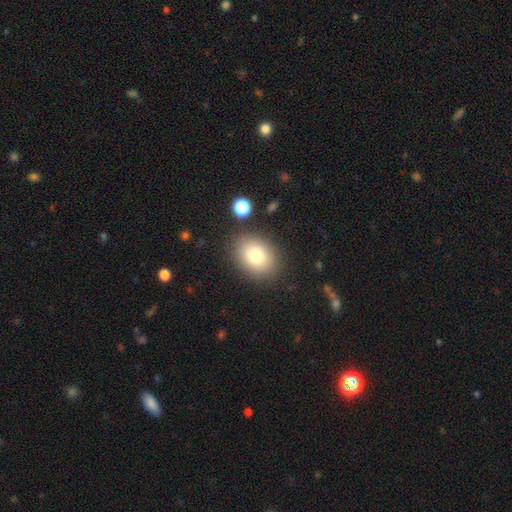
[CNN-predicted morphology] smooth_or_featured: smooth (p=0.81) [alt: star or artifact p=0.10]
how_rounded: in between (p=0.62) [alt: round p=0.37]
merging: none (p=0.85) [alt: minor disturbance p=0.10]